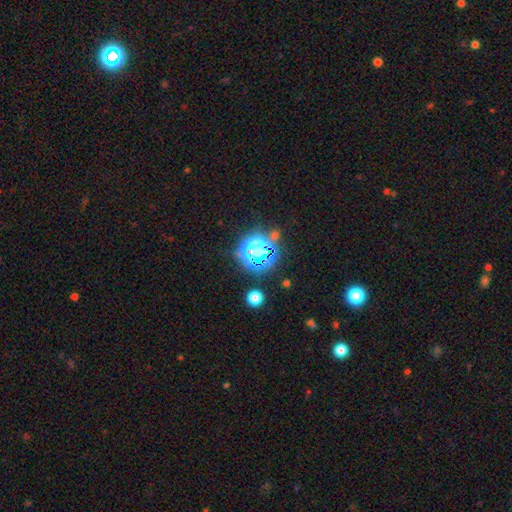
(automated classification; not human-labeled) This appears to be a star or artifact, not a galaxy (80%).